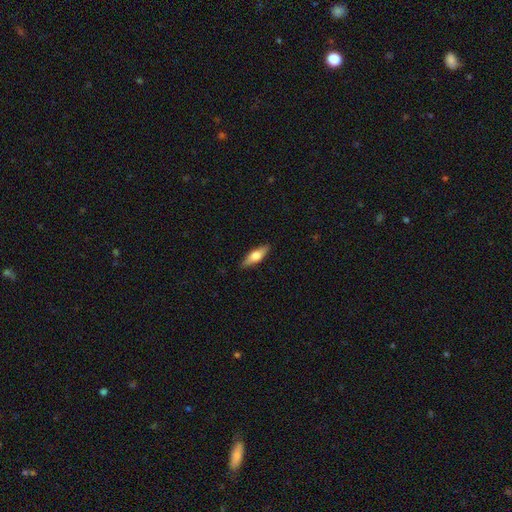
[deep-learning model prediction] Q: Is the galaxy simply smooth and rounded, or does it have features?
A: smooth — 56%.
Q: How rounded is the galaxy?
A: in between — 51%.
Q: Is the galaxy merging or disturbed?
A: none — 88%.